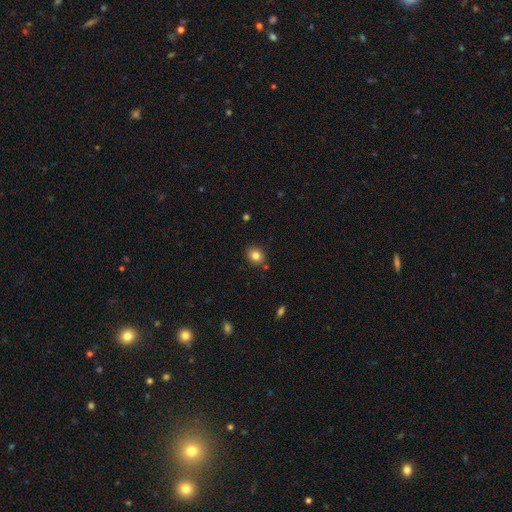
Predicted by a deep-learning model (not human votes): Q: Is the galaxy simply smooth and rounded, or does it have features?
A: smooth — 83%.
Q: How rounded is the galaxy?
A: round — 70%.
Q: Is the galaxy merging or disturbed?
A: none — 85%.